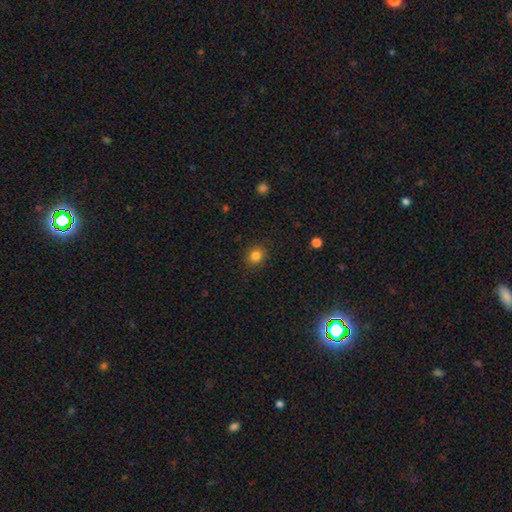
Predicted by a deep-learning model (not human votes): Smooth or featured? smooth (83%)
How rounded? round (76%)
Merging? none (89%)